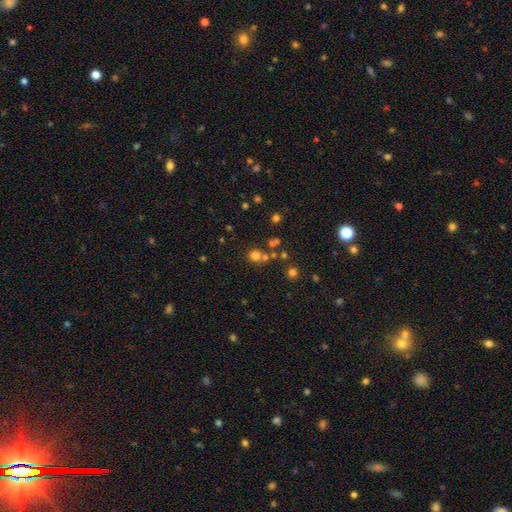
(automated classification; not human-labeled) Smooth or featured: smooth — 71% (star or artifact — 21%)
How rounded: round — 84% (in between — 15%)
Merging: none — 62% (merger — 25%)